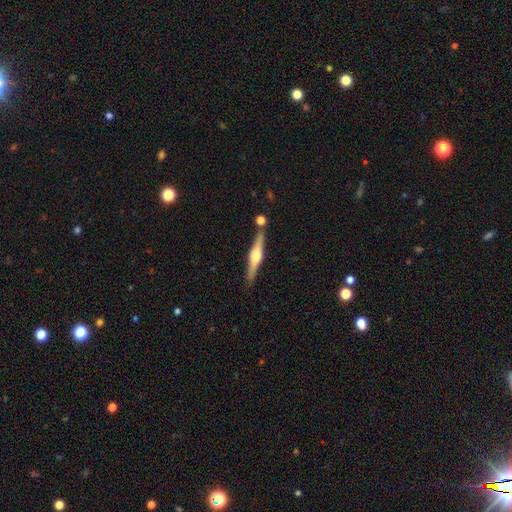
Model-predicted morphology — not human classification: Smooth or featured?
  - featured or disk: 70% *
  - smooth: 25%
  - star or artifact: 5%
Edge-on disk?
  - yes: 97% *
  - no: 3%
Edge-on bulge?
  - rounded: 92% *
  - boxy: 5%
  - none: 3%
Merging?
  - none: 81% *
  - minor disturbance: 9%
  - merger: 7%
  - major disturbance: 2%